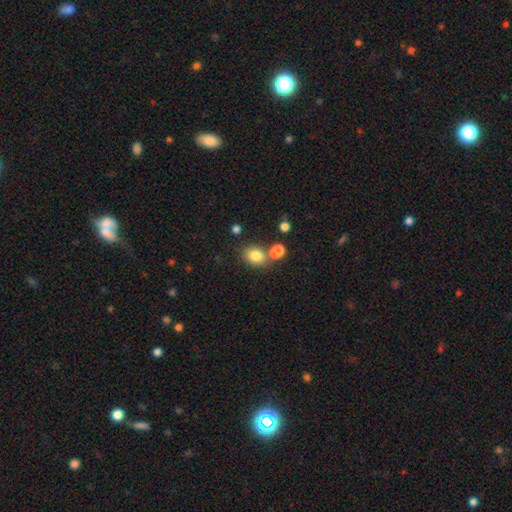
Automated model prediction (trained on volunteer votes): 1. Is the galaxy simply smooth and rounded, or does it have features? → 81% smooth, 11% star or artifact, 8% featured or disk.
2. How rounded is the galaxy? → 51% round, 48% in between, 1% cigar-shaped.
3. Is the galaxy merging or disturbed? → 59% none, 25% merger, 11% minor disturbance, 4% major disturbance.